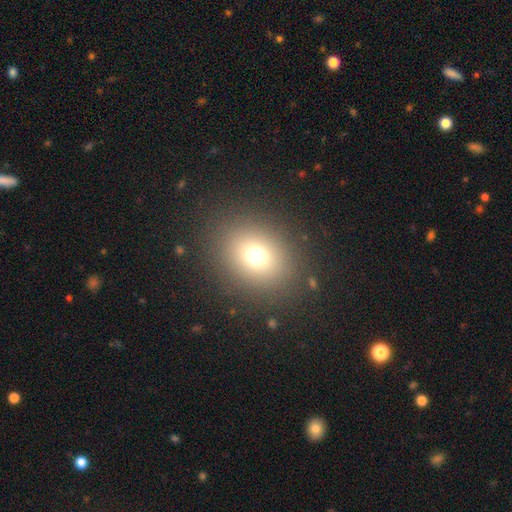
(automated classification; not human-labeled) This is likely a smooth galaxy (70%). How rounded: likely round (66%). Merging: clearly none (87%).